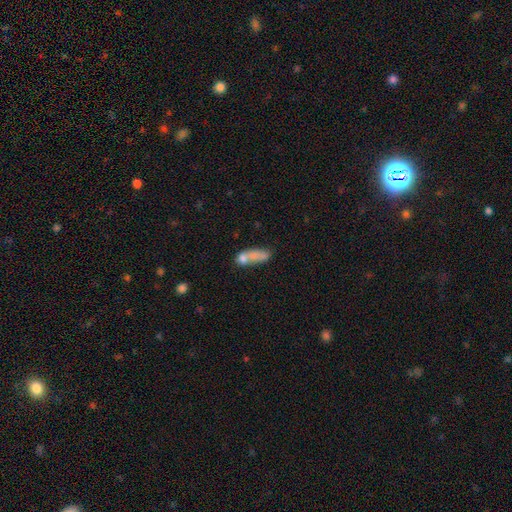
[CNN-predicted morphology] This appears to be a smooth galaxy with no disk features (71%) that is in between round and cigar-shaped (58%). Merging: merger (45%).